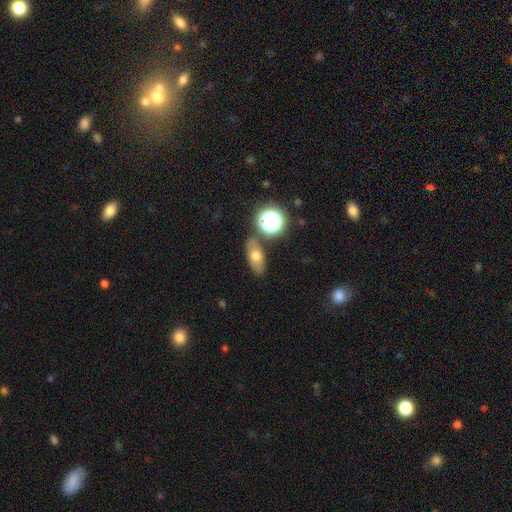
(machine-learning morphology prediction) smooth 62%, featured or disk 24%, star or artifact 14%. Down the decision tree: how rounded — in between (75%); merging — none (76%).